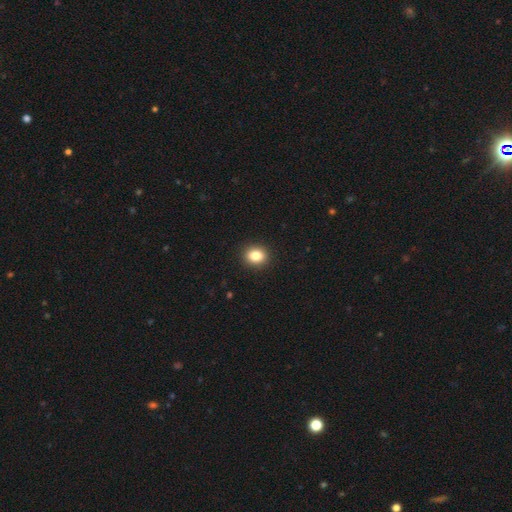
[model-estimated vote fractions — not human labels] Smooth or featured? smooth (84%)
How rounded? round (61%)
Merging? none (92%)